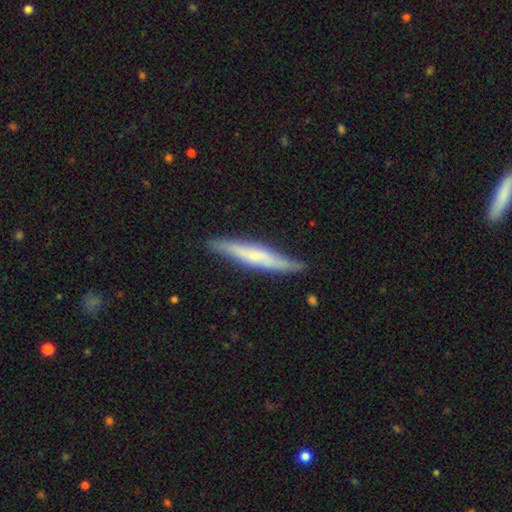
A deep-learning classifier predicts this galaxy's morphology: Smooth or featured: featured or disk — 50% (smooth — 45%)
Merging: none — 82% (minor disturbance — 15%)